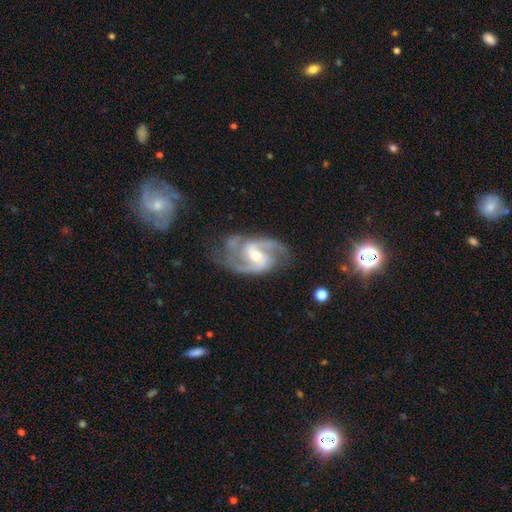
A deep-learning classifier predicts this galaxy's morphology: This appears to be a featured or disk galaxy (92%) with a weak bar (48%), 2 (80%) medium (62%) spiral arms (98%) and a moderate central bulge (53%). Merging: none (71%).